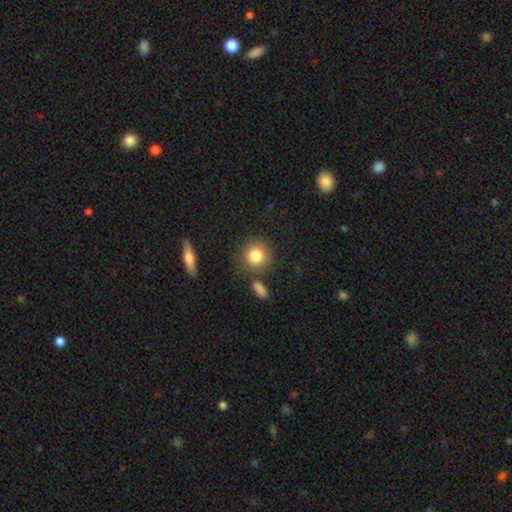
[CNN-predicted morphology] Smooth or featured: smooth — 84% (star or artifact — 9%)
How rounded: round — 87% (in between — 11%)
Merging: none — 78% (minor disturbance — 10%)